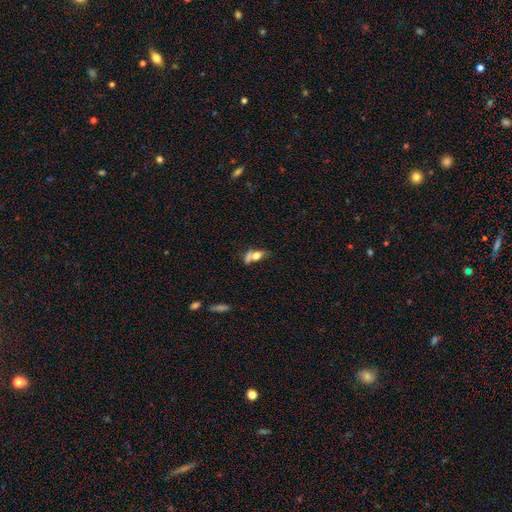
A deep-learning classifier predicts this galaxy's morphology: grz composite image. It shows a smooth galaxy with no disk features (62%) that is in between round and cigar-shaped (71%). Merging: merger (35%).